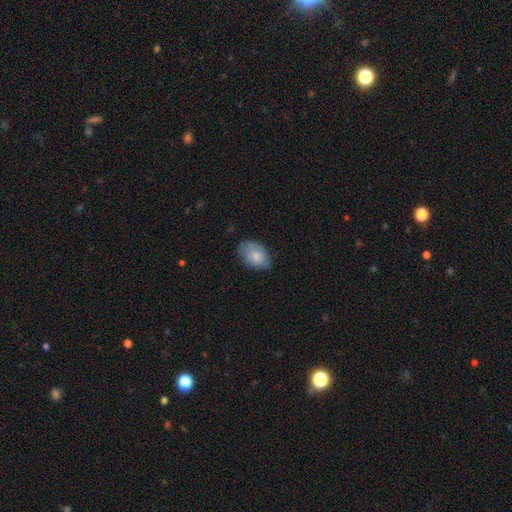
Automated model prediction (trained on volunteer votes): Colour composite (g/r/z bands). It shows a smooth galaxy with no disk features (78%) that is in between round and cigar-shaped (89%). Merging: none (65%).